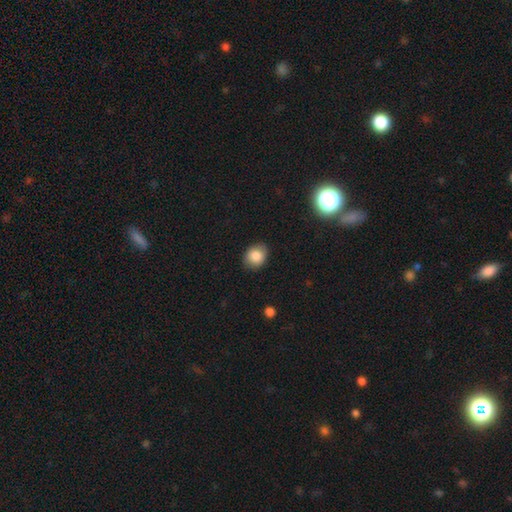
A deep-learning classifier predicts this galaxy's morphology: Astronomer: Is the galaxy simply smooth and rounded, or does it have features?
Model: smooth — 85%.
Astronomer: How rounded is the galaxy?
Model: round — 51% (runner-up: in between, 48%).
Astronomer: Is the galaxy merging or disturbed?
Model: none — 84%.